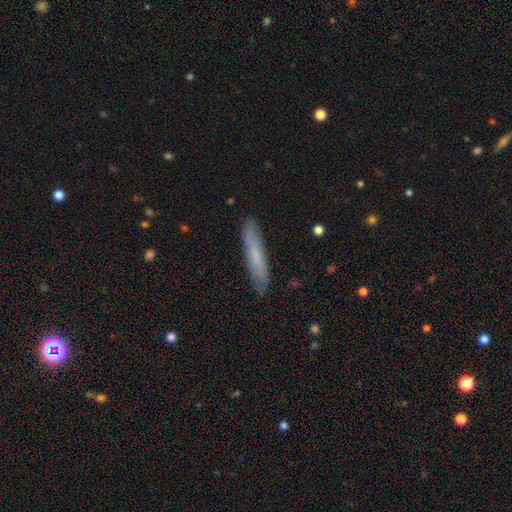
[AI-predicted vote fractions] Overall: smooth (63%; featured or disk 30%). How rounded: cigar-shaped (91%). Merging: none (86%).